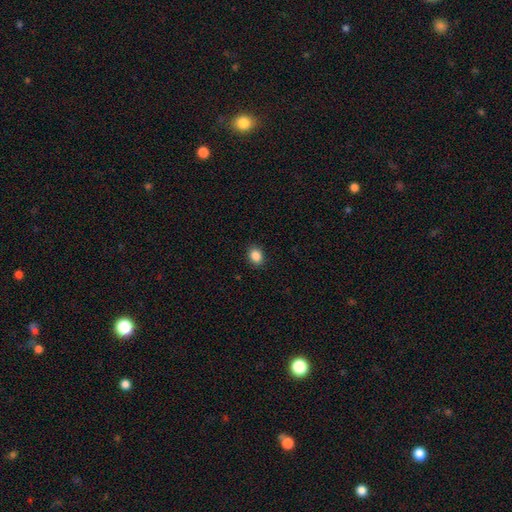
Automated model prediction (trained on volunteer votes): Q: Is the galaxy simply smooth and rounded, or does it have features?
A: smooth — 87%.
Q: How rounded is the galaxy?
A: in between — 56%.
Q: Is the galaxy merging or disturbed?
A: none — 89%.